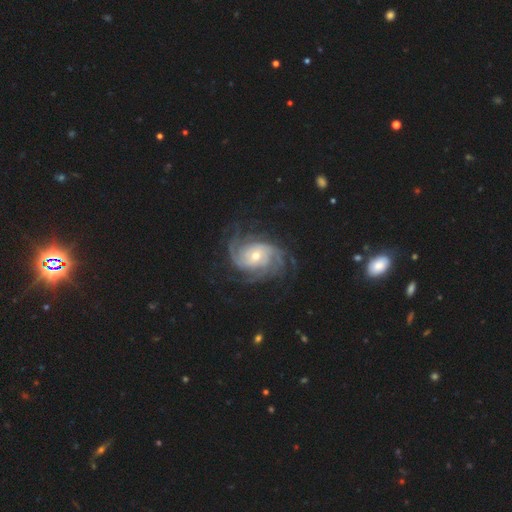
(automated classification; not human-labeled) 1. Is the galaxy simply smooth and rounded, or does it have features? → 91% featured or disk, 5% star or artifact, 4% smooth.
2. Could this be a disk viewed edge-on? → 97% no, 3% yes.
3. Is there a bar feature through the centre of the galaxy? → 66% no, 26% weak, 8% strong.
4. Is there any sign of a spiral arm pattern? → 98% yes, 2% no.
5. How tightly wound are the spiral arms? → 59% tight, 32% medium, 9% loose.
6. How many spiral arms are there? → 22% can't tell, 21% 4, 21% 3, 16% 2, 12% more than 4, 8% 1.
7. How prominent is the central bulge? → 50% moderate, 44% small, 4% large, 1% none, 1% dominant.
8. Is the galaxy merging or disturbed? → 70% none, 16% minor disturbance, 12% major disturbance, 1% merger.